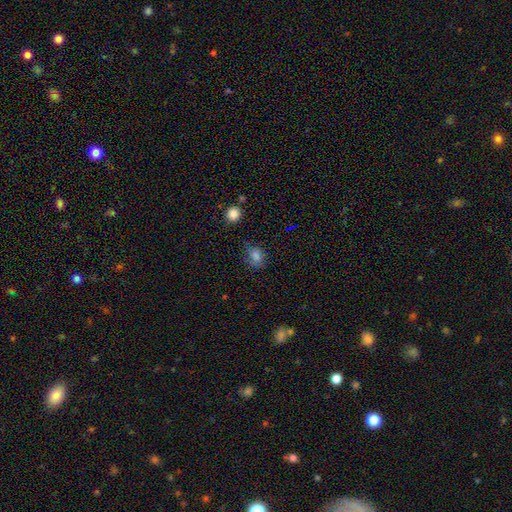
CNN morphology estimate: smooth 69%, star or artifact 17%, featured or disk 14%. Down the decision tree: how rounded — in between (59%); merging — none (58%).